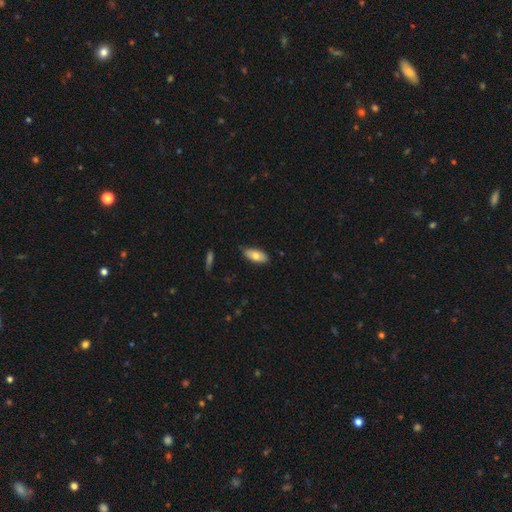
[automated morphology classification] Smooth or featured? Predicted: smooth (p=0.74). How rounded? Predicted: in between (p=0.88). Merging? Predicted: none (p=0.82).